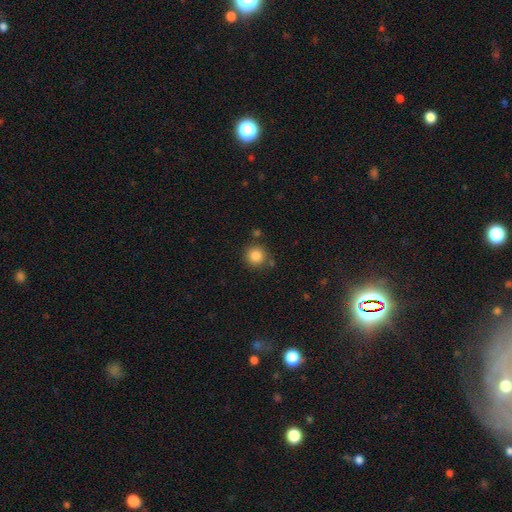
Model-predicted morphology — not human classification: smooth_or_featured: smooth (p=0.85) [alt: star or artifact p=0.10]
how_rounded: round (p=0.93) [alt: in between p=0.06]
merging: none (p=0.80) [alt: minor disturbance p=0.10]